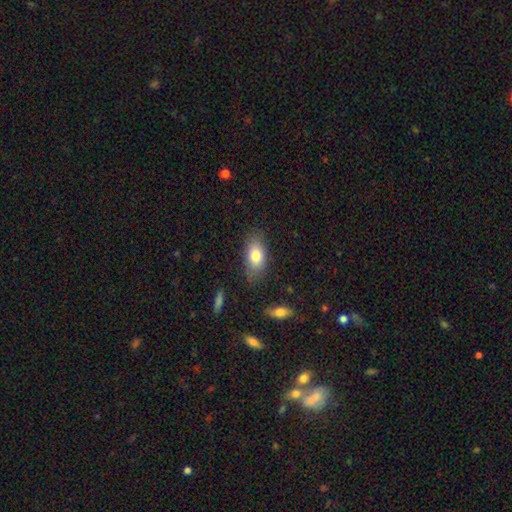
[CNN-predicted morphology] Smooth or featured?
  - smooth: 79% *
  - featured or disk: 14%
  - star or artifact: 7%
How rounded?
  - in between: 89% *
  - round: 6%
  - cigar-shaped: 5%
Merging?
  - none: 78% *
  - minor disturbance: 16%
  - major disturbance: 4%
  - merger: 2%